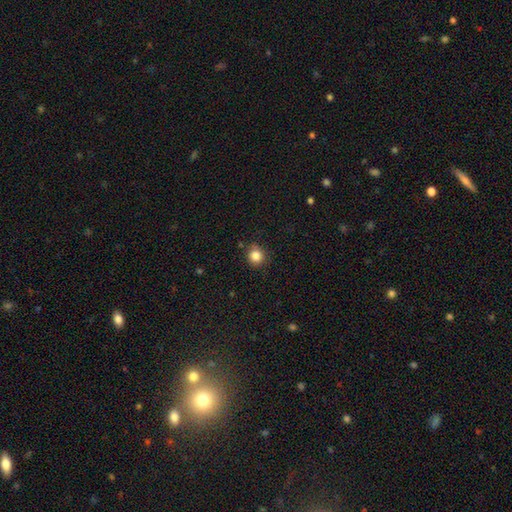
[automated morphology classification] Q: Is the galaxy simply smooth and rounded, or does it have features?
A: smooth — 84%.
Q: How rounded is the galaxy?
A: round — 89%.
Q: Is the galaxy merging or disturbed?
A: none — 84%.